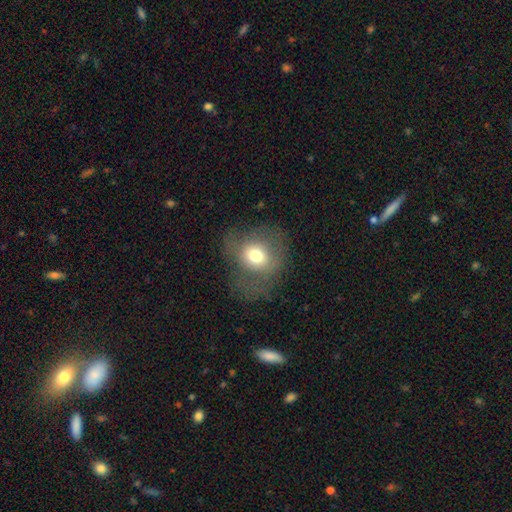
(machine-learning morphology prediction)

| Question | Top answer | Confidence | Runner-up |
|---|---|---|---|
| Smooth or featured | smooth | 67% | featured or disk (21%) |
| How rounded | round | 70% | in between (29%) |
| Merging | none | 59% | minor disturbance (20%) |